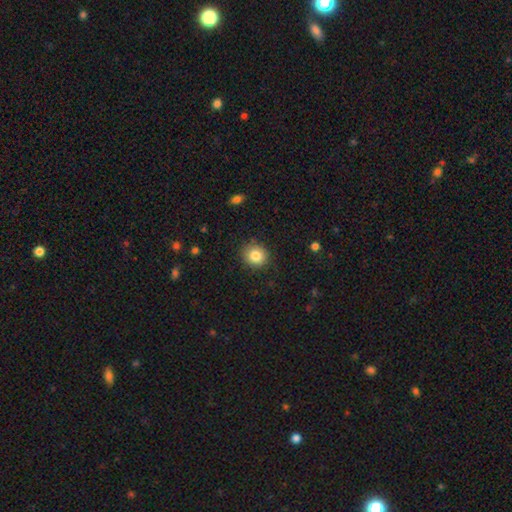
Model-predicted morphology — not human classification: type=smooth (83%); roundness=round (85%); merging=none (87%).